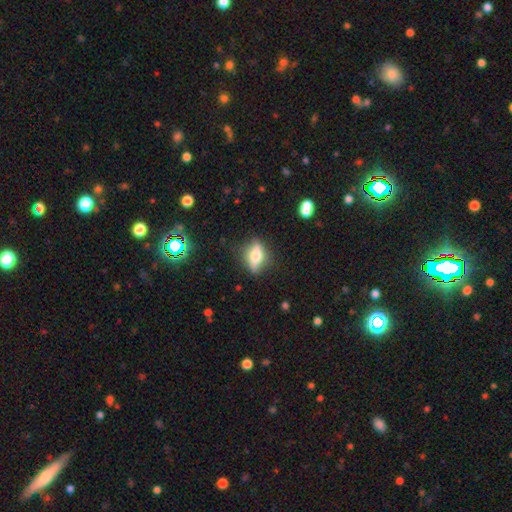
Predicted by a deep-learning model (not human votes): A featured or disk galaxy (55%) viewed edge-on (81%). Merging: none (79%).